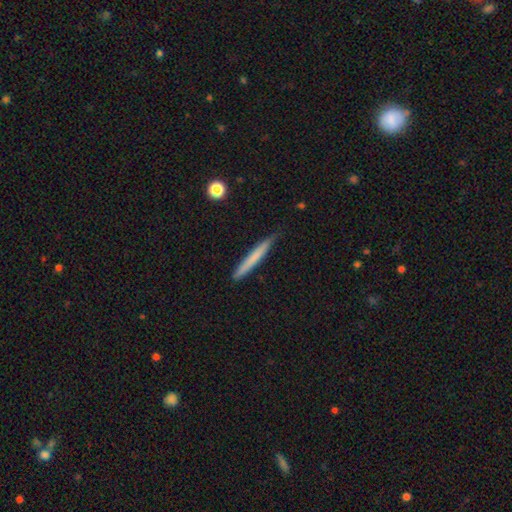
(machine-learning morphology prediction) Smooth or featured: smooth — 67% (featured or disk — 28%)
How rounded: cigar-shaped — 96% (in between — 2%)
Merging: none — 83% (minor disturbance — 14%)